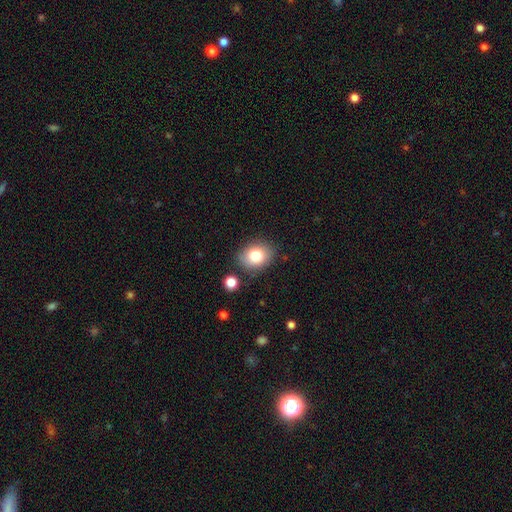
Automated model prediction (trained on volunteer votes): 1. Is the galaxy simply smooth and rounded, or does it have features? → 80% smooth, 10% featured or disk, 9% star or artifact.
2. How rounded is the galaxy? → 54% in between, 45% round, 1% cigar-shaped.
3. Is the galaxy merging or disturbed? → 80% none, 13% minor disturbance, 4% merger, 3% major disturbance.